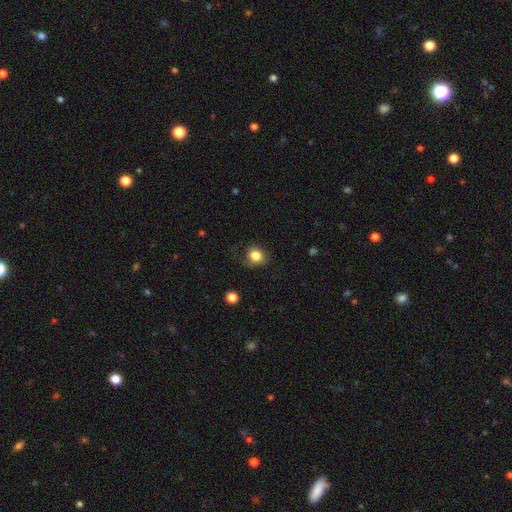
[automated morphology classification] Overall: smooth (83%). How rounded: round (66%; in between 33%). Merging: none (67%).